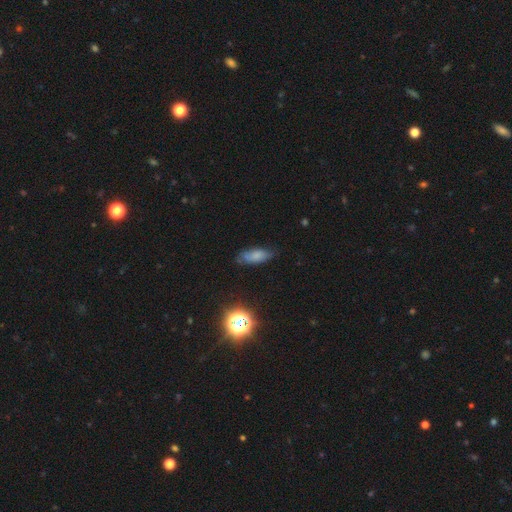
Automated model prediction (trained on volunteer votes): smooth-or-featured: smooth: 70% | featured or disk: 17% | star or artifact: 12%
  how-rounded: in between: 75% | cigar-shaped: 21% | round: 3%
  merging: none: 66% | minor disturbance: 26% | major disturbance: 6% | merger: 2%